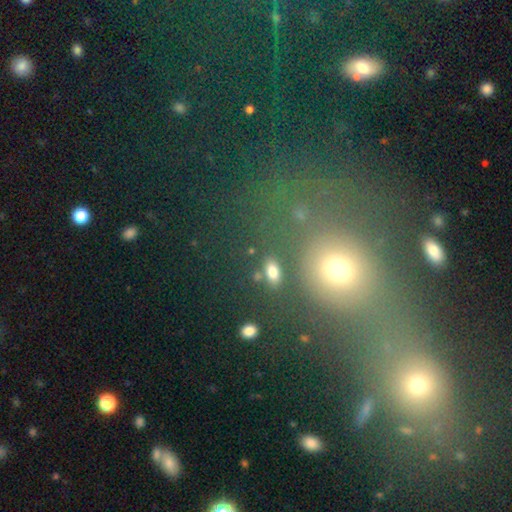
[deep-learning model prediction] A smooth galaxy with no disk features (54%) that is round (65%). Merging: none (48%).